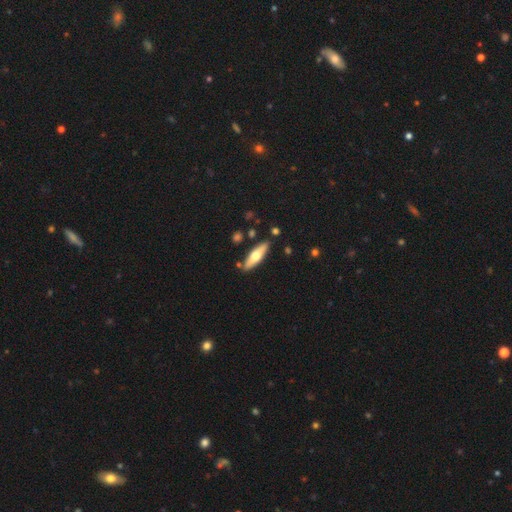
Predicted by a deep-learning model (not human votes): smooth 53%, featured or disk 42%, star or artifact 5%. Down the decision tree: how rounded — cigar-shaped (57%); merging — none (85%).